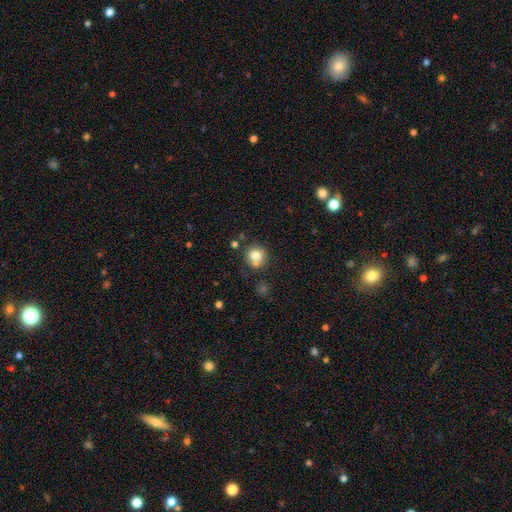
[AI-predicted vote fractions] smooth 76%, featured or disk 12%, star or artifact 11%. Down the decision tree: how rounded — round (87%); merging — none (67%).